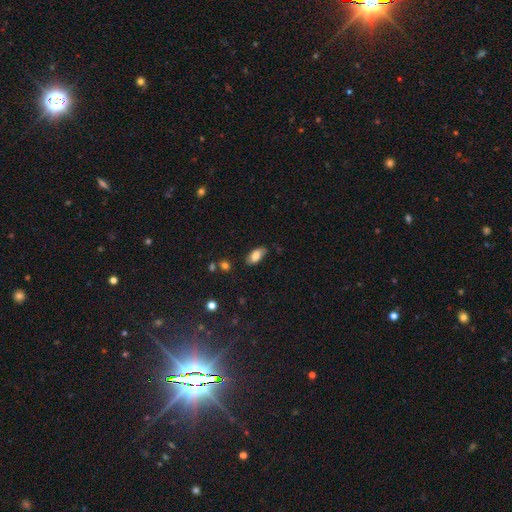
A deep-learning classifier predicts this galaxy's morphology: Smooth or featured? Predicted: smooth (p=0.79). How rounded? Predicted: in between (p=0.90). Merging? Predicted: none (p=0.81).